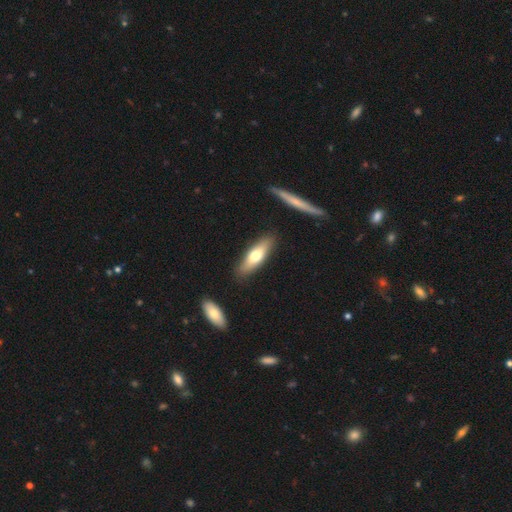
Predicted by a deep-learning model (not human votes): This is likely a smooth galaxy (62%). How rounded: possibly cigar-shaped (54%). Merging: clearly none (86%).